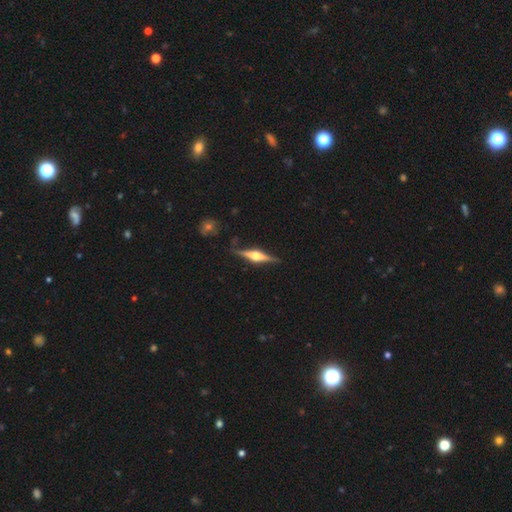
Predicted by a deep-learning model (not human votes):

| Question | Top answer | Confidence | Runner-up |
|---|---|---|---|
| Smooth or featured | featured or disk | 82% | smooth (13%) |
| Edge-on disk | yes | 98% | no (2%) |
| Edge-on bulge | rounded | 92% | boxy (6%) |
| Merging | none | 86% | minor disturbance (10%) |